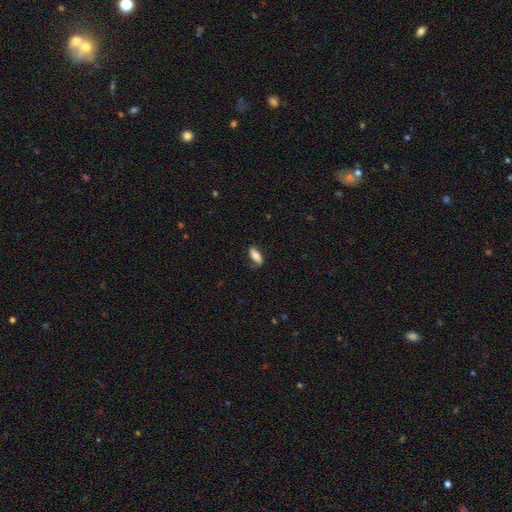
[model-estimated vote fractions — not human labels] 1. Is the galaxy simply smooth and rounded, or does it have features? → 68% smooth, 25% featured or disk, 7% star or artifact.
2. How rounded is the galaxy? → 77% in between, 19% cigar-shaped, 3% round.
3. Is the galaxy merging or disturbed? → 72% none, 21% minor disturbance, 5% major disturbance, 1% merger.